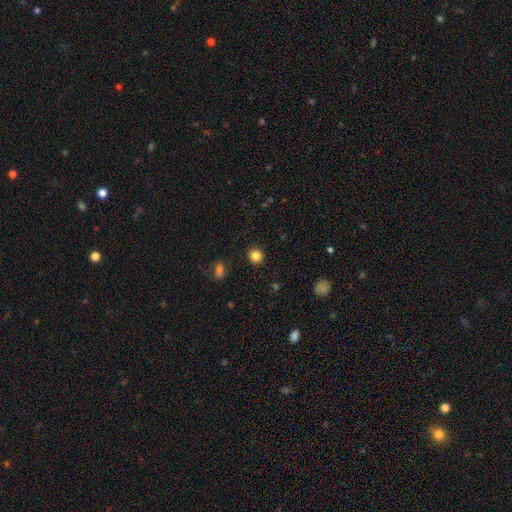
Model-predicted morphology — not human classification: Q: Smooth or featured?
A: smooth (84%); runner-up: star or artifact (11%)
Q: How rounded?
A: round (89%); runner-up: in between (10%)
Q: Merging?
A: none (91%); runner-up: minor disturbance (6%)